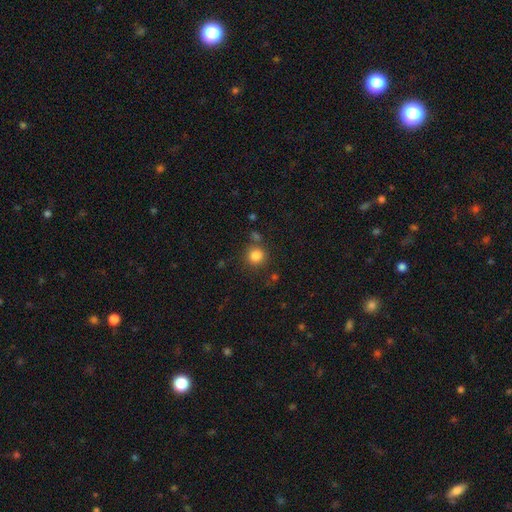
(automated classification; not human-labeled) smooth-or-featured: smooth: 84% | star or artifact: 12% | featured or disk: 5%
  how-rounded: round: 89% | in between: 10% | cigar-shaped: 1%
  merging: none: 79% | minor disturbance: 10% | merger: 8% | major disturbance: 4%